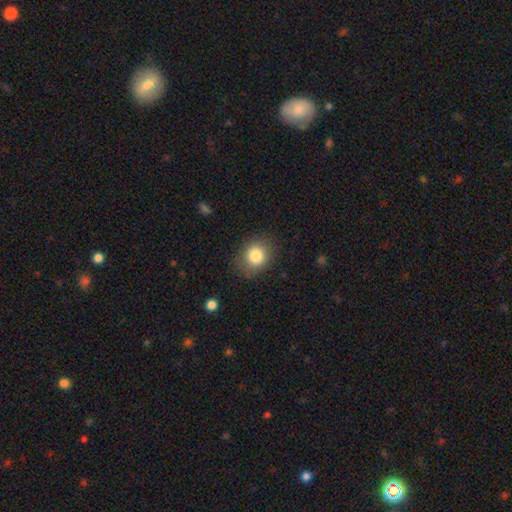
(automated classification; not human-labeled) smooth-or-featured: smooth: 83% | star or artifact: 9% | featured or disk: 8%
  how-rounded: round: 66% | in between: 33% | cigar-shaped: 1%
  merging: none: 80% | minor disturbance: 14% | major disturbance: 4% | merger: 1%